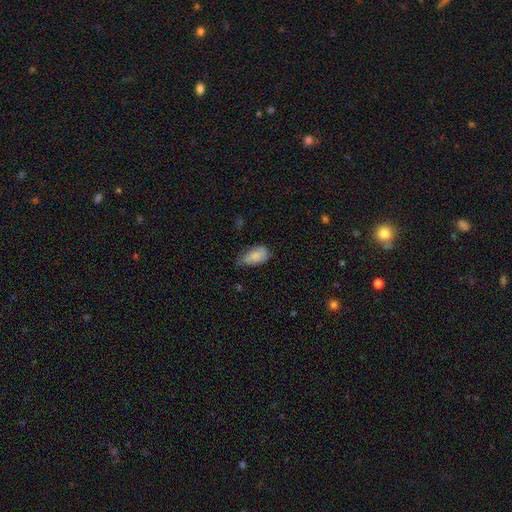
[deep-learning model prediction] This is clearly a smooth galaxy (81%). How rounded: clearly in between (93%). Merging: possibly none (45%).